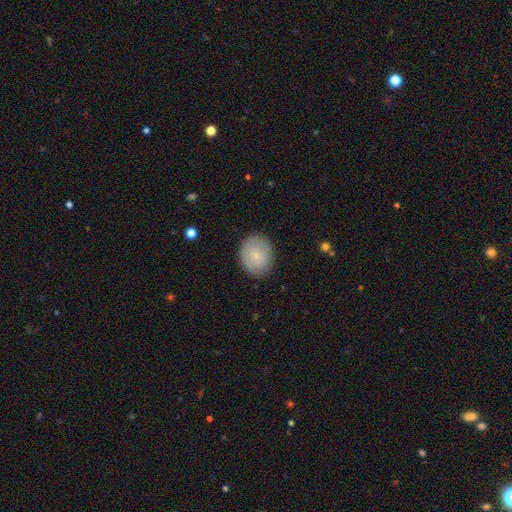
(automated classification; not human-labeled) A smooth galaxy with no disk features (74%) that is round (58%).

Vote fractions:
- Smooth or featured? smooth: 74% / featured or disk: 20% / star or artifact: 7%
- How rounded? round: 58% / in between: 41% / cigar-shaped: 1%
- Merging? none: 81% / minor disturbance: 14% / major disturbance: 4% / merger: 1%